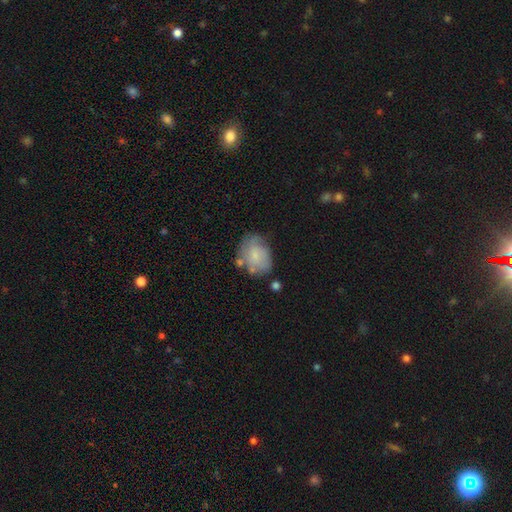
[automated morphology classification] Overall: smooth (65%; featured or disk 27%). How rounded: in between (62%; round 37%). Merging: none (52%; minor disturbance 29%).